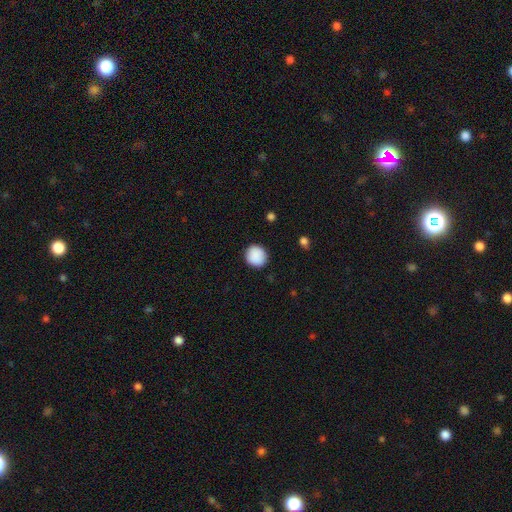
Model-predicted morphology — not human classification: Smooth or featured? smooth (90%)
How rounded? round (90%)
Merging? none (89%)